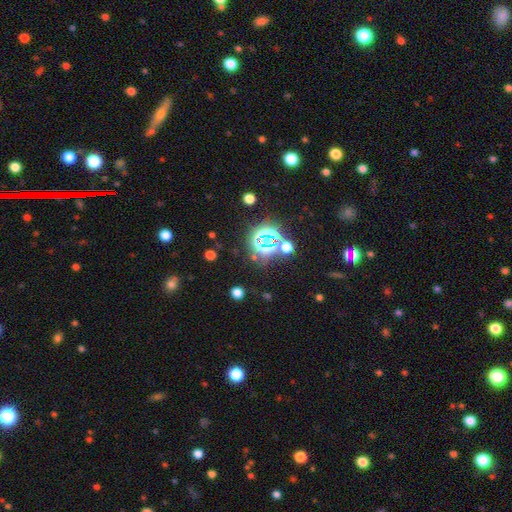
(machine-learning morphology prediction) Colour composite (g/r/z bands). It shows a star or artifact, not a galaxy (76%).